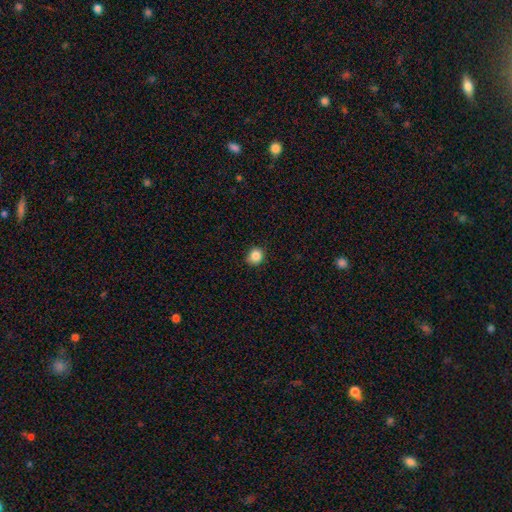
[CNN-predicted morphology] Smooth or featured? smooth (85%)
How rounded? round (80%)
Merging? none (86%)